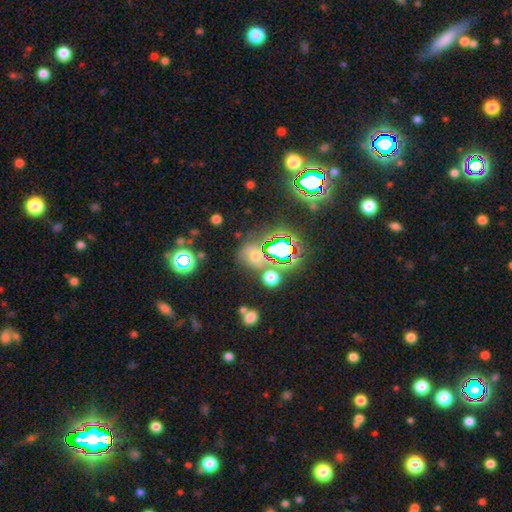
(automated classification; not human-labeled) Overall: smooth (45%; star or artifact 43%). Merging: none (62%).